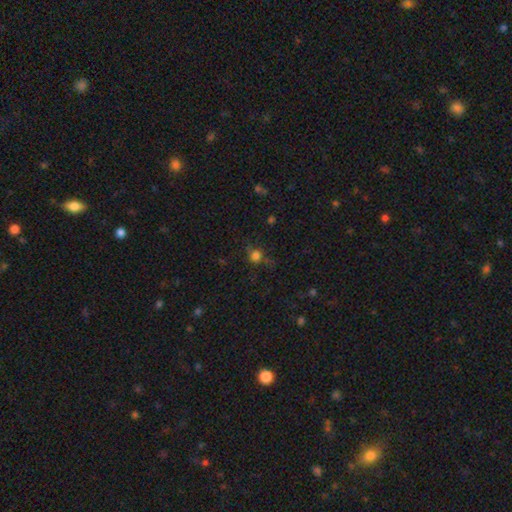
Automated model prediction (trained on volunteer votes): Smooth or featured? smooth (72%)
How rounded? round (90%)
Merging? none (70%)